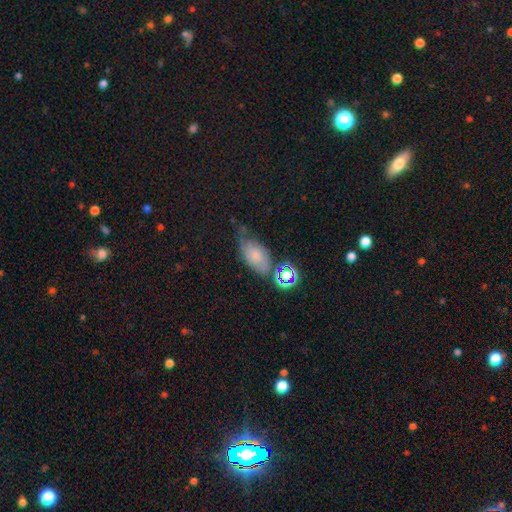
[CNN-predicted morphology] A smooth galaxy with no disk features (54%) that is in between round and cigar-shaped (84%).

Vote fractions:
- Smooth or featured? smooth: 54% / featured or disk: 27% / star or artifact: 19%
- How rounded? in between: 84% / round: 12% / cigar-shaped: 4%
- Merging? none: 45% / minor disturbance: 33% / major disturbance: 14% / merger: 8%